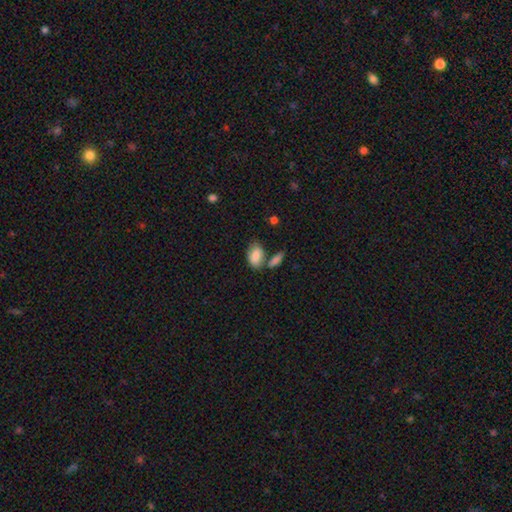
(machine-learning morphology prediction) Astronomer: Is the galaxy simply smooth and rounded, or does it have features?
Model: smooth — 78%.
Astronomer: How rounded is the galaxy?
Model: in between — 90%.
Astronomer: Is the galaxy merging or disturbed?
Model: none — 54%.